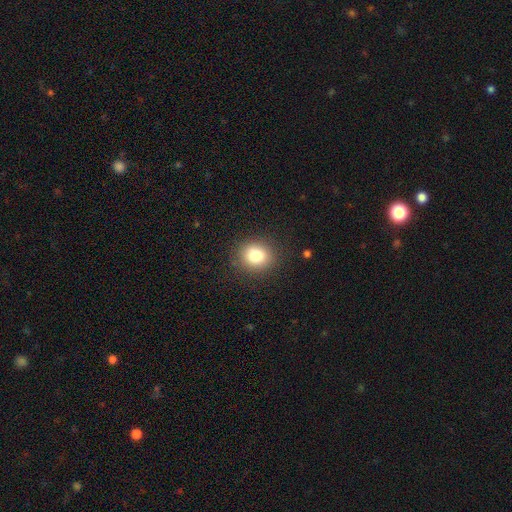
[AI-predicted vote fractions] A smooth galaxy with no disk features (82%) that is round (72%).

Vote fractions:
- Smooth or featured? smooth: 82% / star or artifact: 11% / featured or disk: 8%
- How rounded? round: 72% / in between: 27% / cigar-shaped: 1%
- Merging? none: 87% / minor disturbance: 9% / major disturbance: 3% / merger: 1%